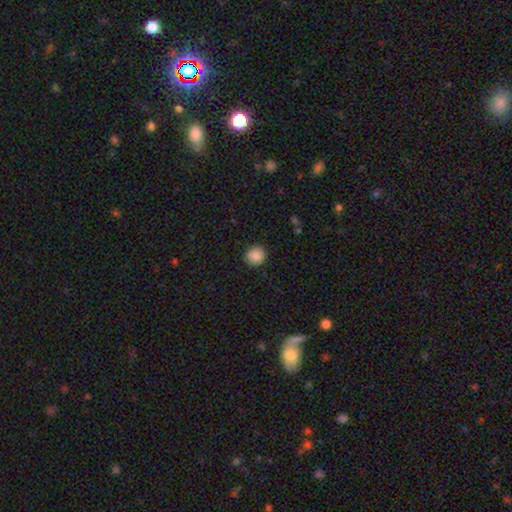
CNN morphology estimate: A smooth galaxy with no disk features (87%) that is round (89%). Merging: none (90%).